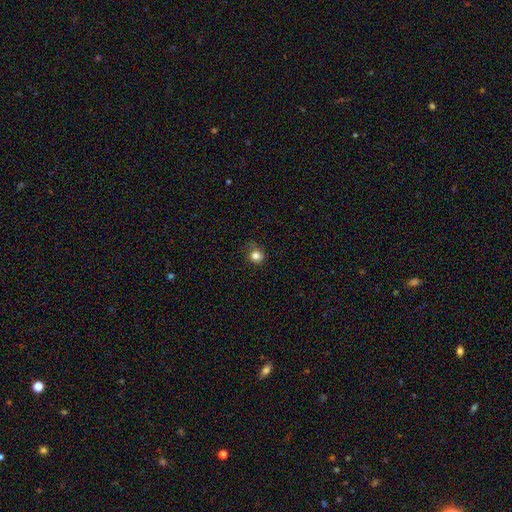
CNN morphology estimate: This is clearly a smooth galaxy (82%). How rounded: clearly round (85%). Merging: likely none (73%).